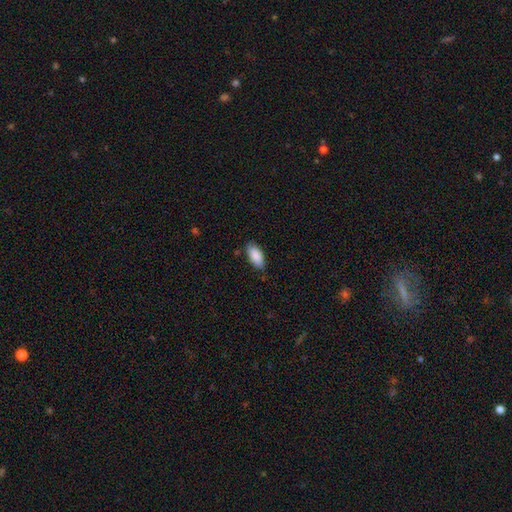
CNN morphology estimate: This appears to be a smooth galaxy with no disk features (89%) that is in between round and cigar-shaped (90%). Merging: none (79%).